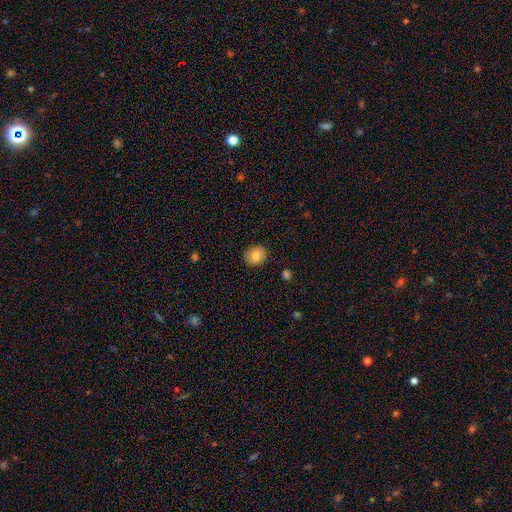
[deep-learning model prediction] This appears to be a smooth galaxy with no disk features (82%) that is round (70%). Merging: none (88%).